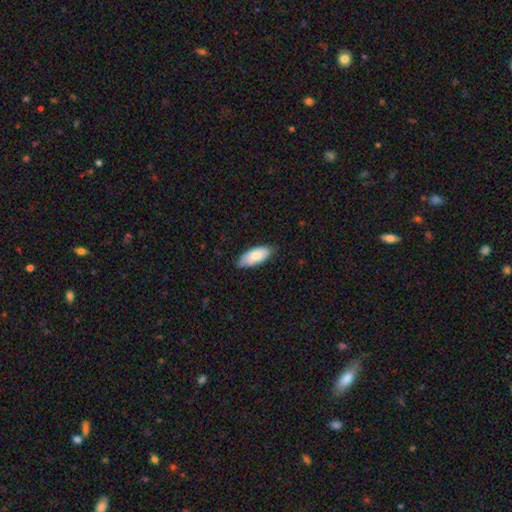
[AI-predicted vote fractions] Smooth or featured? Predicted: smooth (p=0.82). How rounded? Predicted: in between (p=0.86). Merging? Predicted: none (p=0.76).